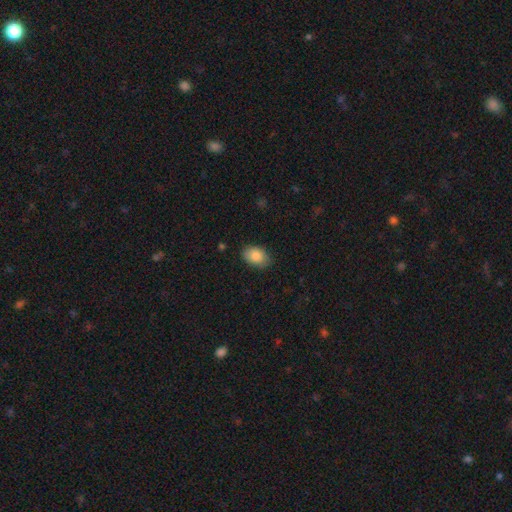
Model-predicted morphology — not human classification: Smooth or featured? Predicted: smooth (p=0.85). How rounded? Predicted: in between (p=0.83). Merging? Predicted: none (p=0.83).